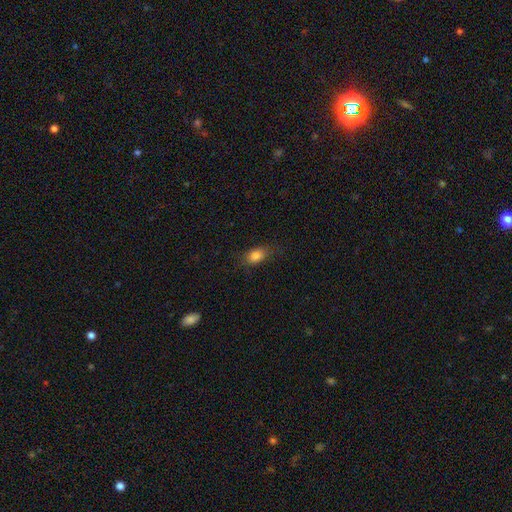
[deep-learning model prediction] This is clearly a smooth galaxy (83%). How rounded: clearly in between (80%). Merging: likely none (75%).